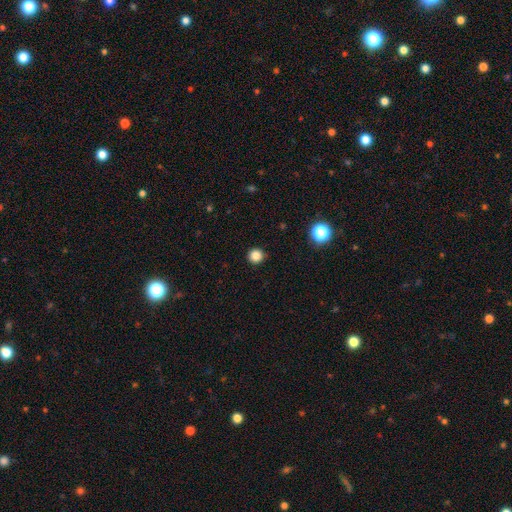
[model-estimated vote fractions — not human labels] Smooth or featured? Predicted: smooth (p=0.84). How rounded? Predicted: round (p=0.94). Merging? Predicted: none (p=0.92).